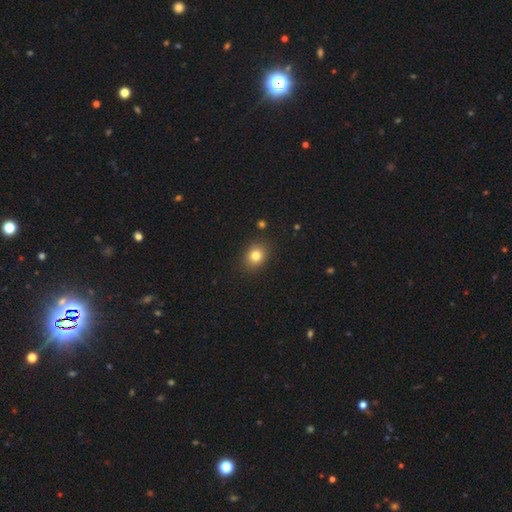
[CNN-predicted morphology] type=smooth (80%); roundness=round (61%); merging=none (88%).